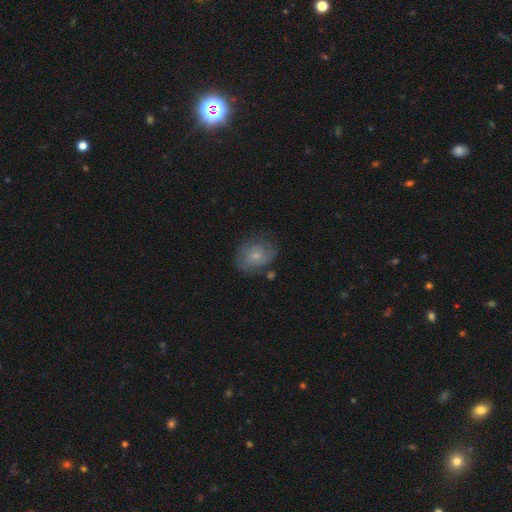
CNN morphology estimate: smooth-or-featured: smooth: 52% | featured or disk: 40% | star or artifact: 8%
  how-rounded: in between: 51% | round: 48% | cigar-shaped: 1%
  merging: none: 63% | minor disturbance: 24% | major disturbance: 10% | merger: 4%